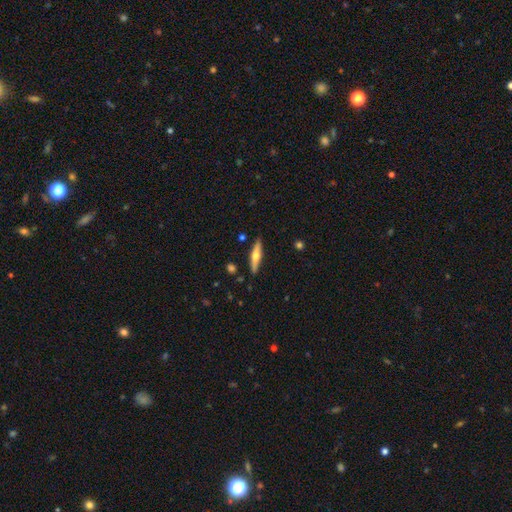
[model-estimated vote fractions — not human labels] Smooth or featured? Predicted: featured or disk (p=0.57). Edge-on disk? Predicted: yes (p=0.94). Edge-on bulge? Predicted: rounded (p=0.93). Merging? Predicted: none (p=0.88).